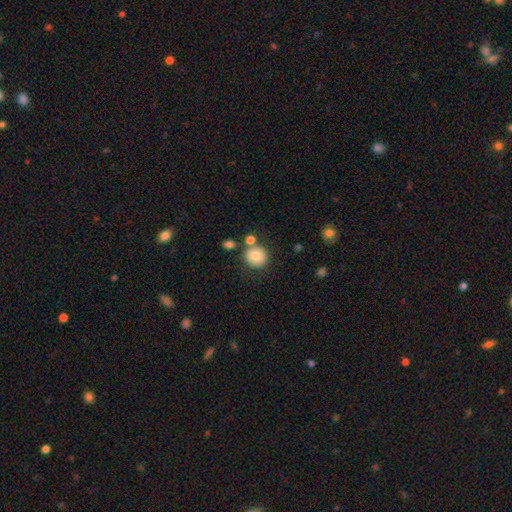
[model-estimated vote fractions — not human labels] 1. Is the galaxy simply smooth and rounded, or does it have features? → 78% smooth, 13% featured or disk, 9% star or artifact.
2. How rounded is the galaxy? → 92% round, 7% in between, 1% cigar-shaped.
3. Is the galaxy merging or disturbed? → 73% none, 13% merger, 10% minor disturbance, 3% major disturbance.